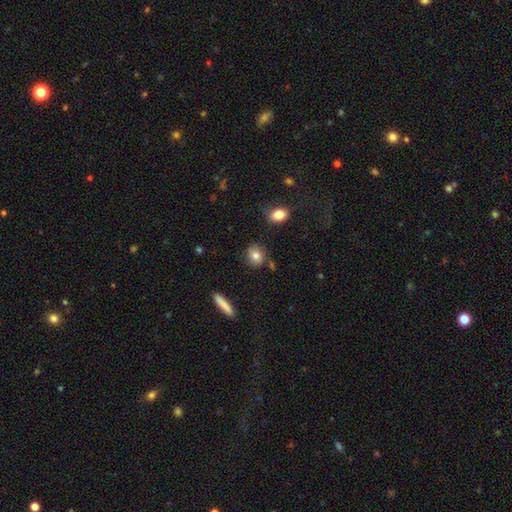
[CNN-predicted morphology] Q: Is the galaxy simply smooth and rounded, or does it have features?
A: smooth — 76%.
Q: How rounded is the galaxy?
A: round — 69%.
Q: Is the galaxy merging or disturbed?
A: none — 78%.